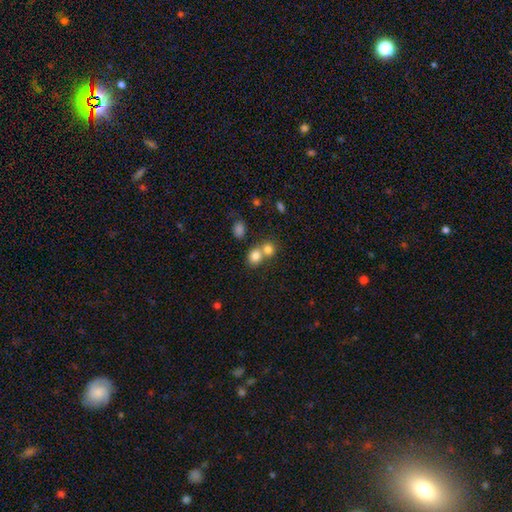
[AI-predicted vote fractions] Smooth or featured?
  - smooth: 79% *
  - star or artifact: 12%
  - featured or disk: 9%
How rounded?
  - round: 70% *
  - in between: 29%
  - cigar-shaped: 1%
Merging?
  - merger: 53% *
  - none: 38%
  - minor disturbance: 6%
  - major disturbance: 3%